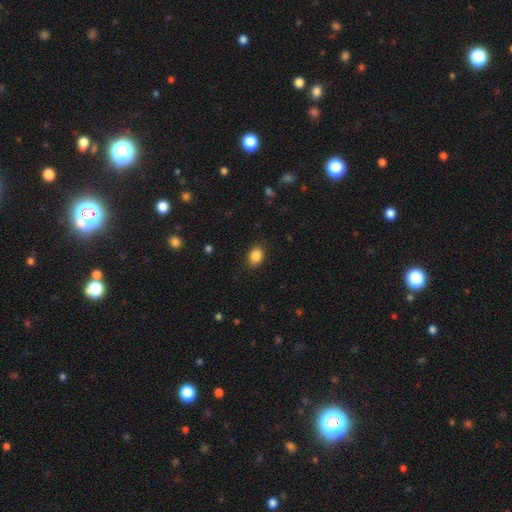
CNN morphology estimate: Smooth or featured? Predicted: smooth (p=0.87). How rounded? Predicted: in between (p=0.62). Merging? Predicted: none (p=0.87).